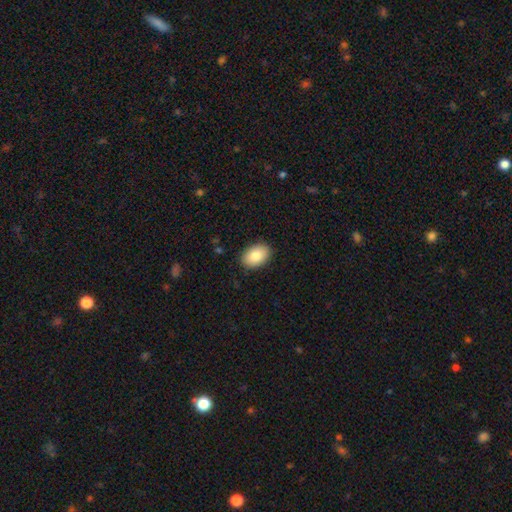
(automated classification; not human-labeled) The model was most divided on "smooth or featured": smooth: 84%, featured or disk: 9%, star or artifact: 7%. More confident: merging — none (89%); how rounded — in between (87%).